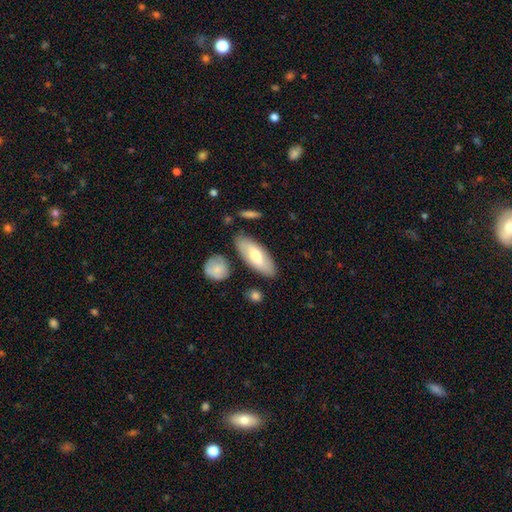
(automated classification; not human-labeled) Smooth or featured: smooth — 62% (featured or disk — 32%)
How rounded: in between — 73% (cigar-shaped — 24%)
Merging: none — 82% (minor disturbance — 12%)